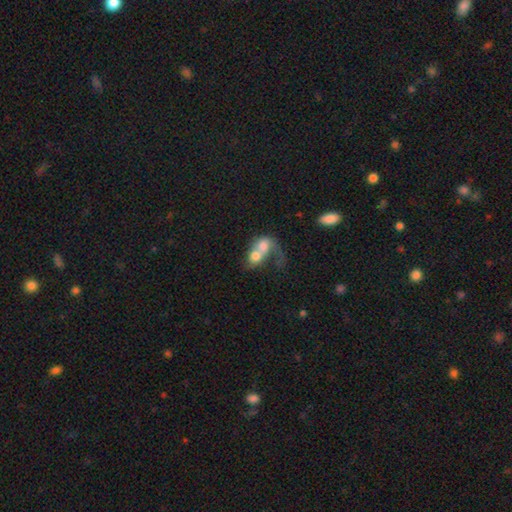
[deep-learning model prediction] This is possibly a smooth galaxy (55%). How rounded: possibly round (49%). Merging: likely merger (79%).